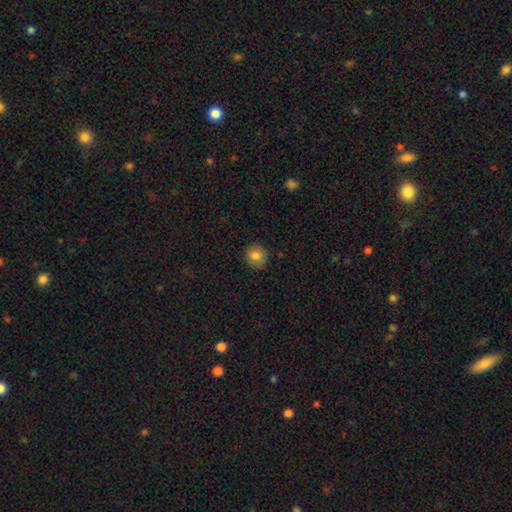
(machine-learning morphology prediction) The model was most divided on "smooth or featured": smooth: 81%, star or artifact: 9%, featured or disk: 9%. More confident: merging — none (88%); how rounded — round (87%).